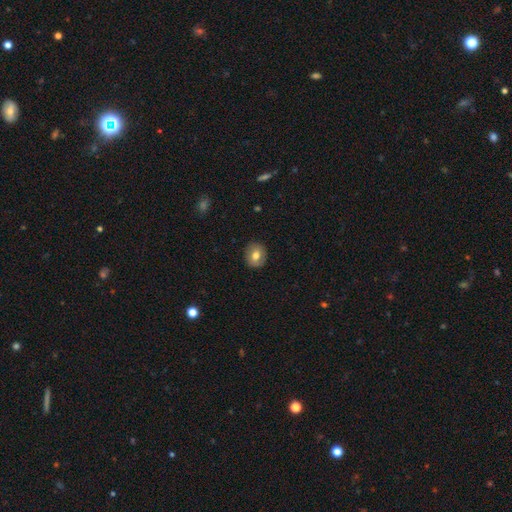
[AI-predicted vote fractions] Smooth or featured? Predicted: smooth (p=0.73). How rounded? Predicted: round (p=0.74). Merging? Predicted: none (p=0.89).